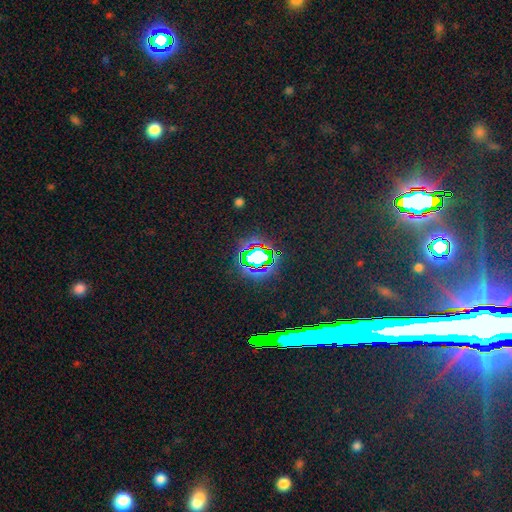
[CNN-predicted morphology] This appears to be a star or artifact, not a galaxy (72%).